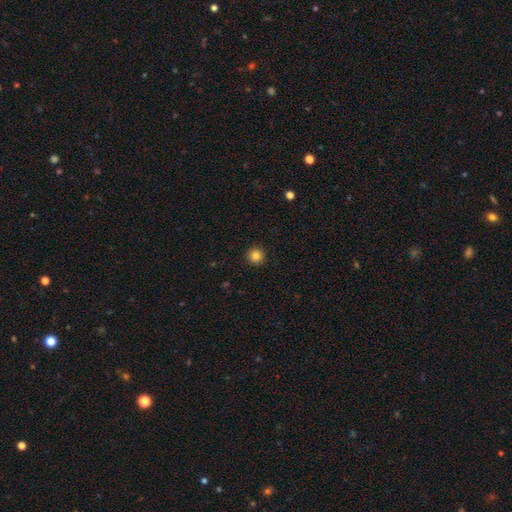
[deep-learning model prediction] Morphology: type=smooth (84%); roundness=round (96%); merging=none (93%).